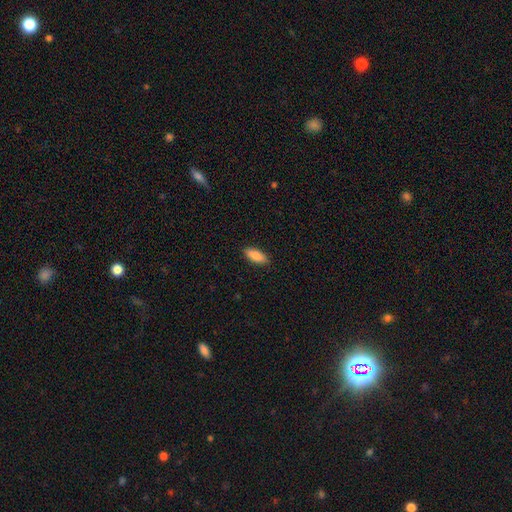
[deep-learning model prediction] Smooth or featured: smooth — 87% (featured or disk — 7%)
How rounded: in between — 77% (cigar-shaped — 21%)
Merging: none — 89% (minor disturbance — 8%)